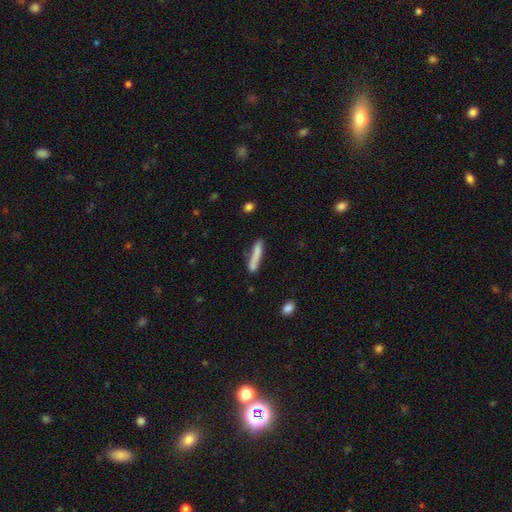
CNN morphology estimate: smooth 79%, featured or disk 14%, star or artifact 7%. Down the decision tree: how rounded — cigar-shaped (90%); merging — none (71%).